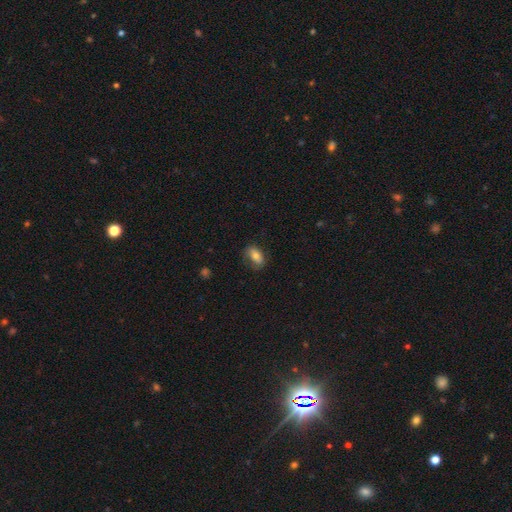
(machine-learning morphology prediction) The model was most divided on "merging": none: 70%, minor disturbance: 21%, major disturbance: 7%, merger: 1%. More confident: how rounded — in between (87%); smooth or featured — smooth (73%).